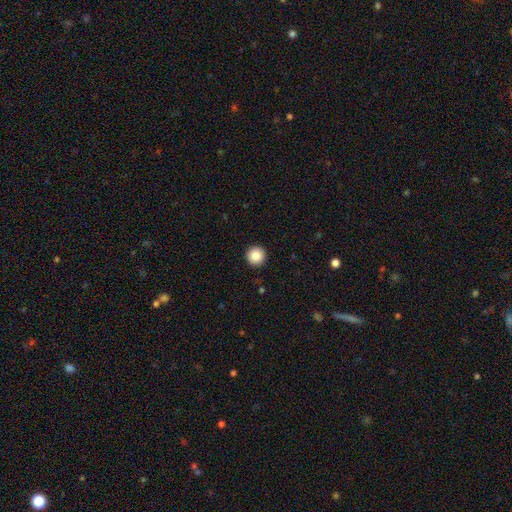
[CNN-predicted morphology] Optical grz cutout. It shows a smooth galaxy with no disk features (87%) that is round (97%). Merging: none (93%).